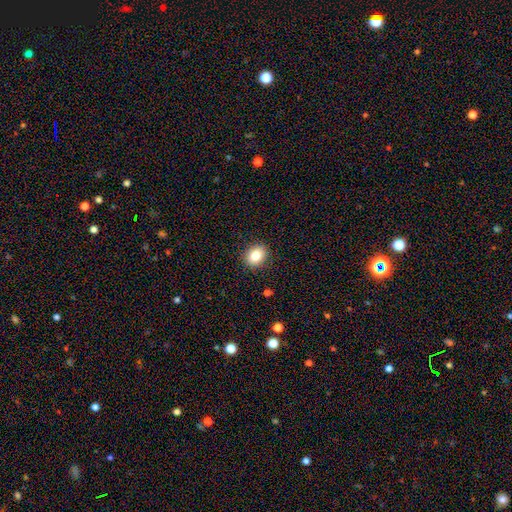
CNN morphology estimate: Overall: smooth (83%). How rounded: round (54%; in between 45%). Merging: none (90%).